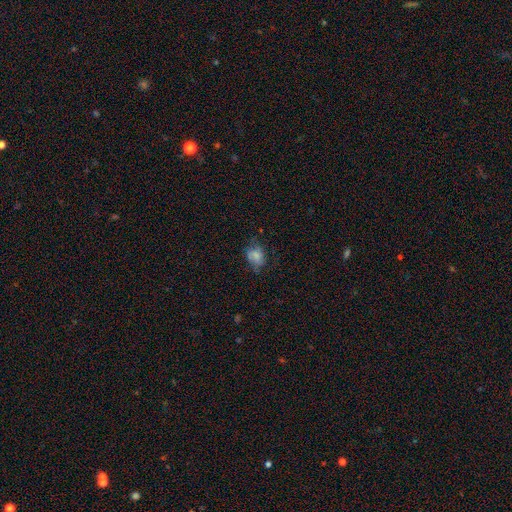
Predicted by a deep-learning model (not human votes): The model was most divided on "merging": none: 51%, minor disturbance: 30%, major disturbance: 17%, merger: 3%. More confident: smooth or featured — smooth (68%); how rounded — in between (62%).